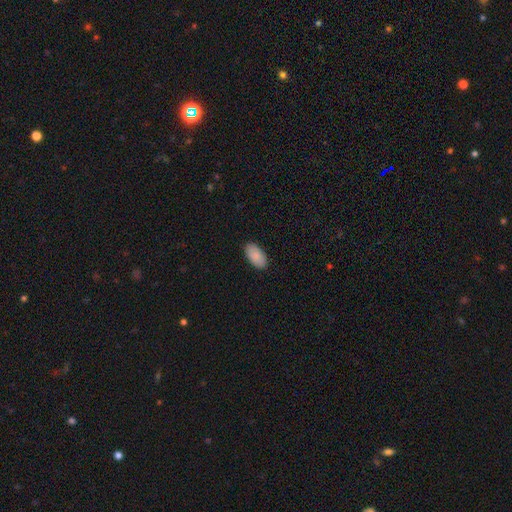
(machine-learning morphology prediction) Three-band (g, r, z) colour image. It shows a smooth galaxy with no disk features (89%) that is in between round and cigar-shaped (95%). Merging: none (88%).